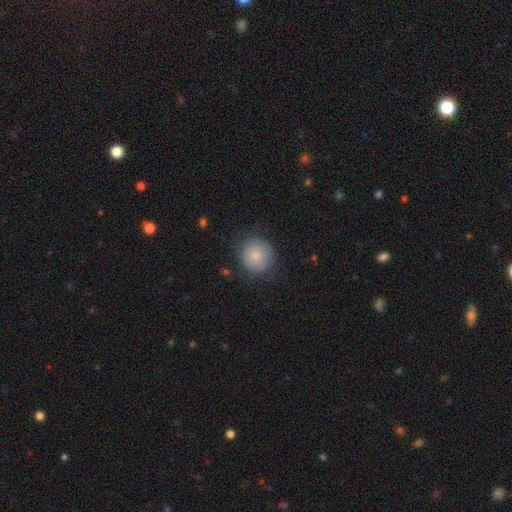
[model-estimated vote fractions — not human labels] Smooth or featured? Predicted: smooth (p=0.76). How rounded? Predicted: round (p=0.89). Merging? Predicted: none (p=0.73).